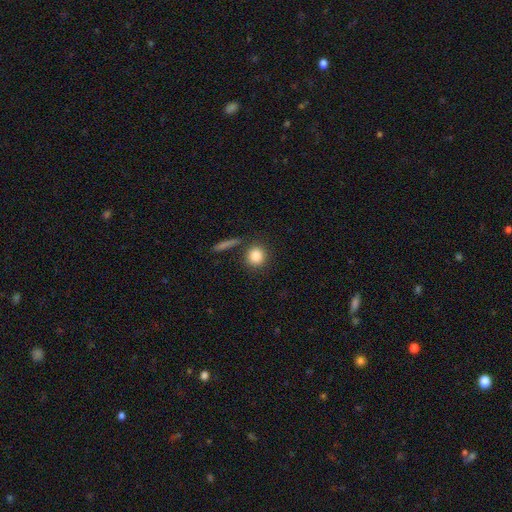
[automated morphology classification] smooth-or-featured: smooth: 85% | star or artifact: 9% | featured or disk: 6%
  how-rounded: round: 87% | in between: 11% | cigar-shaped: 2%
  merging: none: 82% | minor disturbance: 9% | merger: 6% | major disturbance: 3%